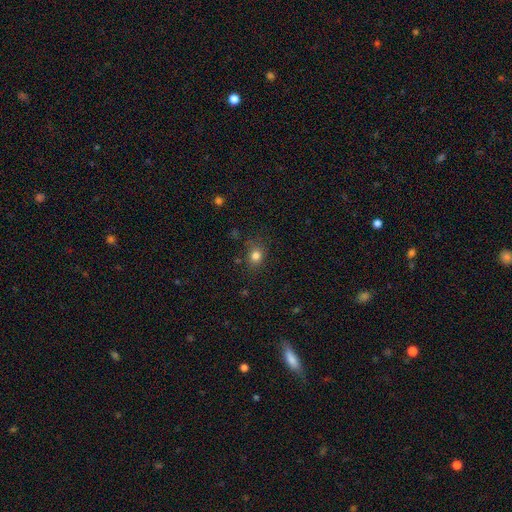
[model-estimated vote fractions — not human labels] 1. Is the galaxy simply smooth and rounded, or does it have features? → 81% smooth, 13% star or artifact, 6% featured or disk.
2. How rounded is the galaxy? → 66% round, 33% in between, 1% cigar-shaped.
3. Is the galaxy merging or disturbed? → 78% none, 15% minor disturbance, 5% major disturbance, 2% merger.